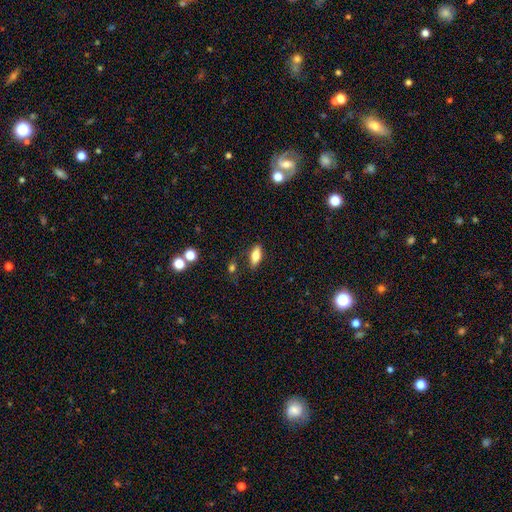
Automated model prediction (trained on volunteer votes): smooth 67%, featured or disk 25%, star or artifact 8%. Down the decision tree: how rounded — in between (75%); merging — none (79%).